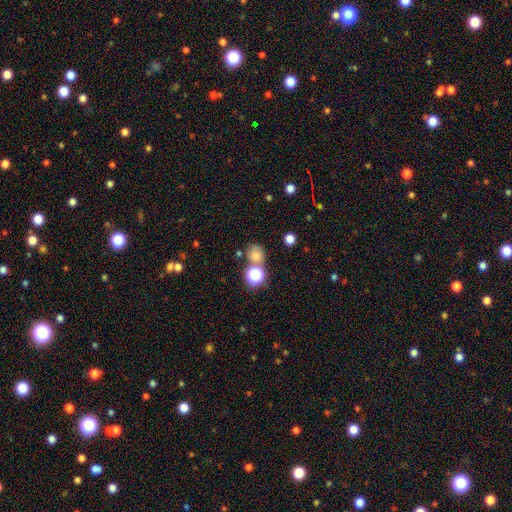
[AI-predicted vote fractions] Smooth or featured? smooth (70%)
How rounded? round (79%)
Merging? none (60%)